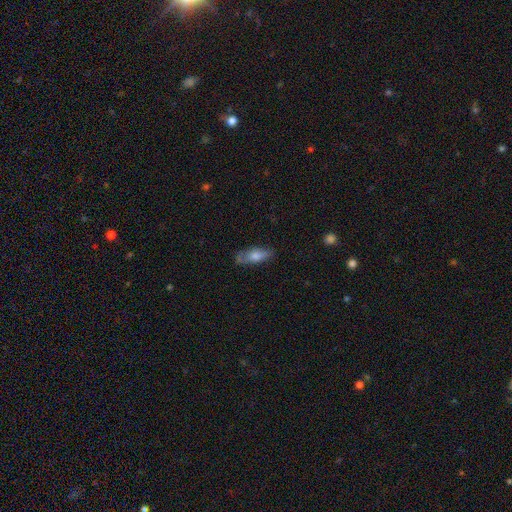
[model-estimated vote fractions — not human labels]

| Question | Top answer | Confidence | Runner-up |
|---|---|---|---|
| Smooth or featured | smooth | 58% | featured or disk (34%) |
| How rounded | in between | 63% | cigar-shaped (34%) |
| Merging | none | 73% | minor disturbance (20%) |